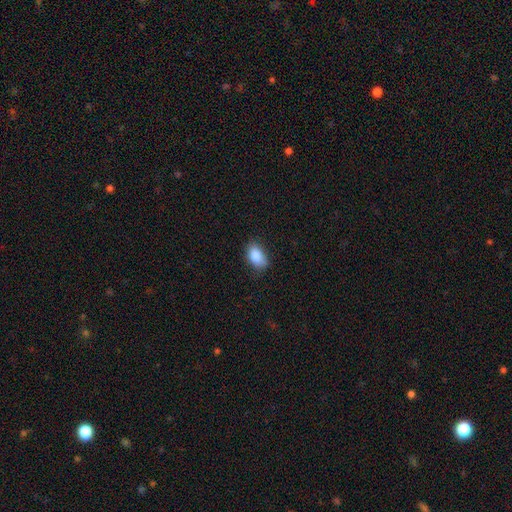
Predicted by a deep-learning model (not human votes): smooth-or-featured: smooth: 86% | star or artifact: 8% | featured or disk: 6%
  how-rounded: in between: 89% | round: 9% | cigar-shaped: 2%
  merging: none: 76% | minor disturbance: 19% | major disturbance: 4% | merger: 1%